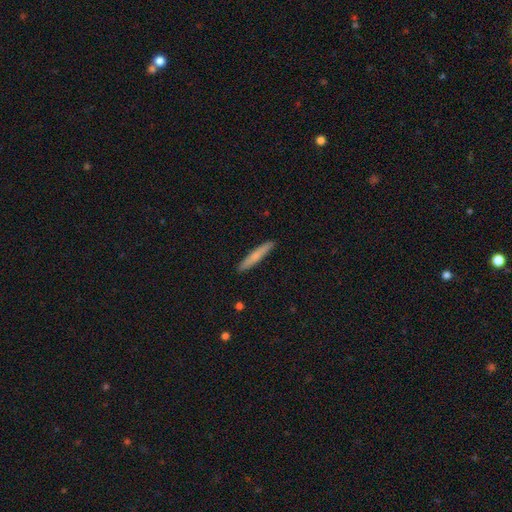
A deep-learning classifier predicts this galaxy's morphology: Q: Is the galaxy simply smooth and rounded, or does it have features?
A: smooth — 69%.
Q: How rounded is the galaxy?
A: cigar-shaped — 95%.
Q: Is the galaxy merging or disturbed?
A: none — 91%.